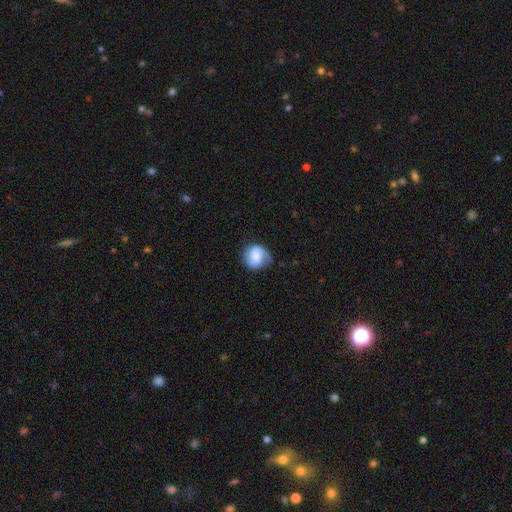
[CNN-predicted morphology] Smooth or featured?
  - smooth: 51% *
  - featured or disk: 41%
  - star or artifact: 8%
How rounded?
  - round: 75% *
  - in between: 24%
  - cigar-shaped: 1%
Merging?
  - none: 60% *
  - minor disturbance: 27%
  - major disturbance: 11%
  - merger: 2%